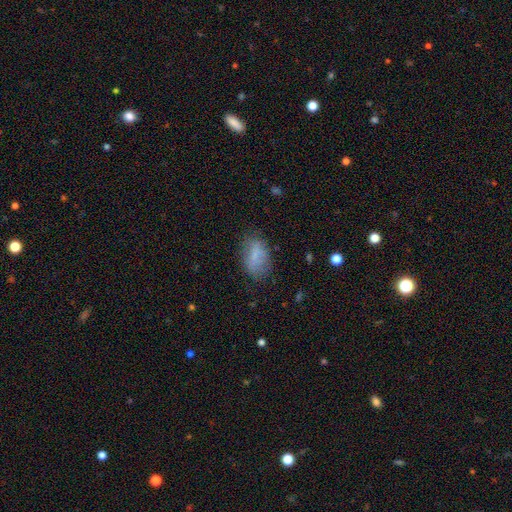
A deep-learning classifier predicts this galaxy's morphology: This is likely a smooth galaxy (74%). How rounded: clearly in between (90%). Merging: likely none (70%).